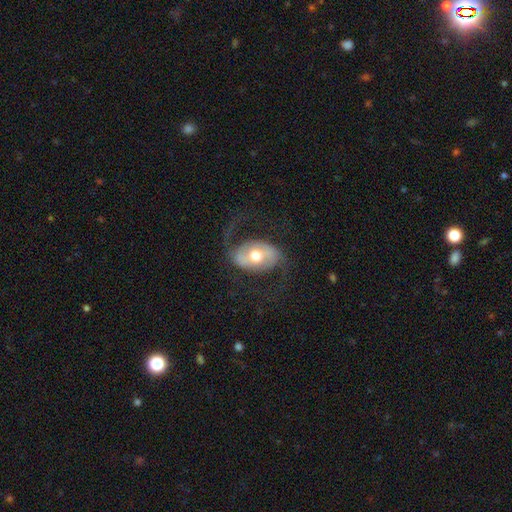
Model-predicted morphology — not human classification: This is likely a featured or disk galaxy (77%). It is clearly not viewed edge-on (96%). Bar: marginally no (38%). Spiral arm pattern: clearly yes (87%). Spiral arm count: clearly 2 (91%). Spiral winding: likely loose (62%). Central bulge: likely moderate (75%). Merging: likely none (67%).